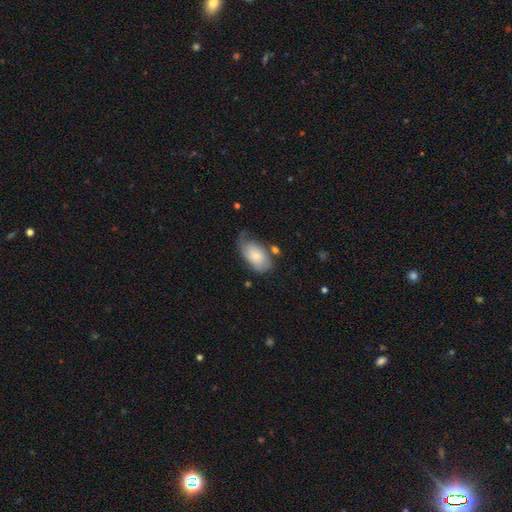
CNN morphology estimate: Smooth or featured? smooth (70%)
How rounded? in between (93%)
Merging? none (46%)